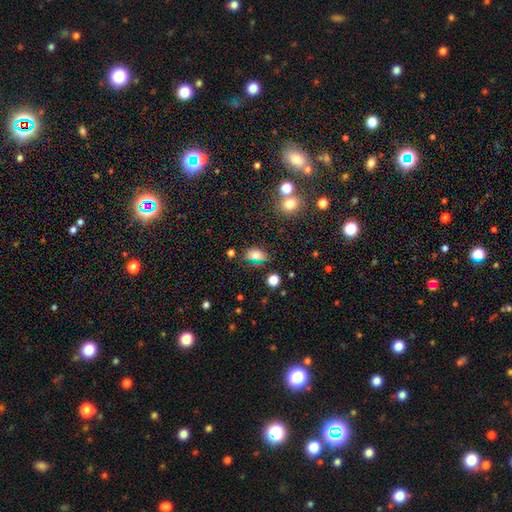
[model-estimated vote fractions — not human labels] Smooth or featured?
  - smooth: 68% *
  - star or artifact: 21%
  - featured or disk: 10%
How rounded?
  - in between: 75% *
  - round: 22%
  - cigar-shaped: 3%
Merging?
  - none: 65% *
  - minor disturbance: 20%
  - major disturbance: 8%
  - merger: 7%